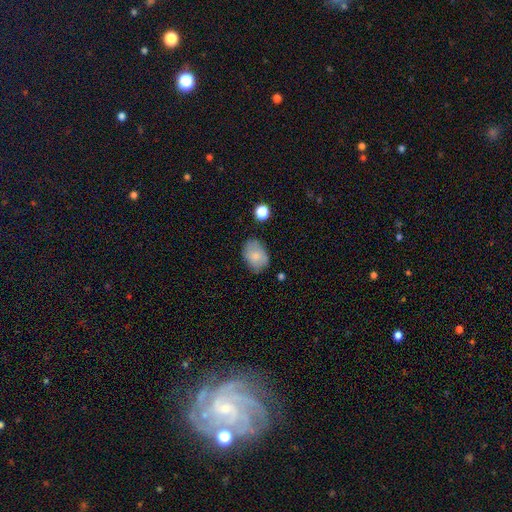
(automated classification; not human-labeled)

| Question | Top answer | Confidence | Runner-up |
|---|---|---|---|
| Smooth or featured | smooth | 78% | featured or disk (14%) |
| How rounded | in between | 74% | round (25%) |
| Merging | none | 71% | minor disturbance (21%) |